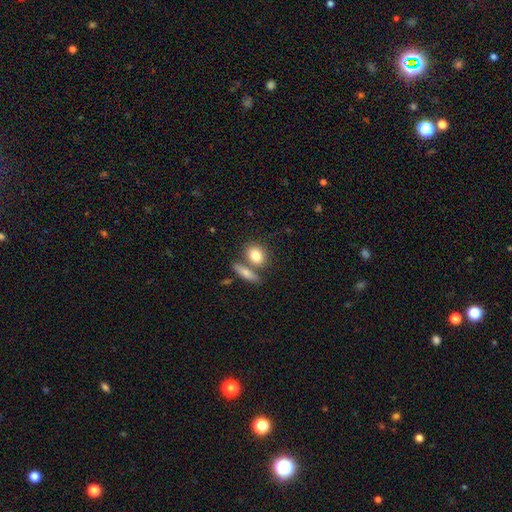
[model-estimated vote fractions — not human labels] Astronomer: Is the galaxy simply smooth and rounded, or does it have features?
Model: smooth — 81%.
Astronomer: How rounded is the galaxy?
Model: in between — 57% (runner-up: round, 38%).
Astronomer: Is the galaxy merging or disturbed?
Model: none — 57%.